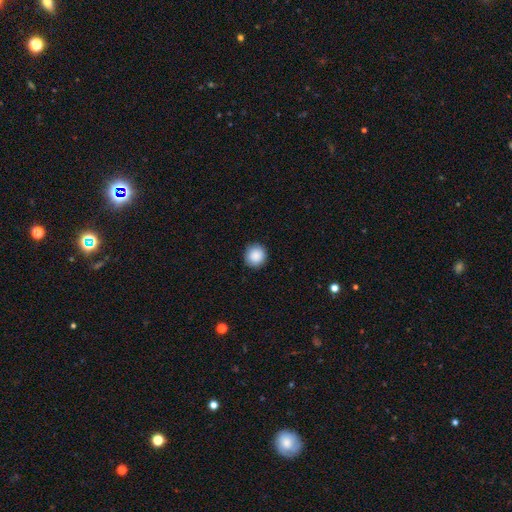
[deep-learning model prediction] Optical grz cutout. It shows a smooth galaxy with no disk features (89%) that is round (95%). Merging: none (90%).